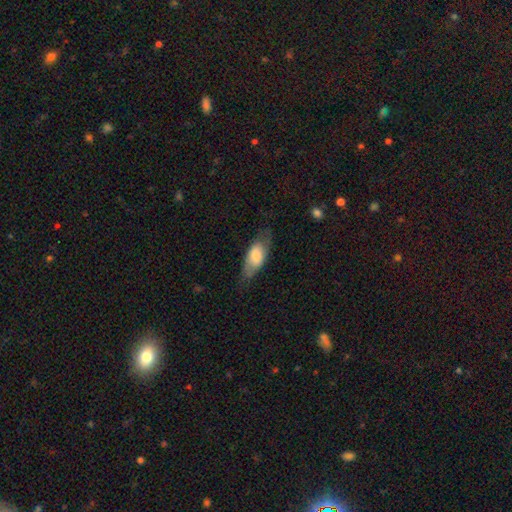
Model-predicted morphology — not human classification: smooth 63%, featured or disk 31%, star or artifact 6%. Down the decision tree: how rounded — in between (82%); merging — none (65%).